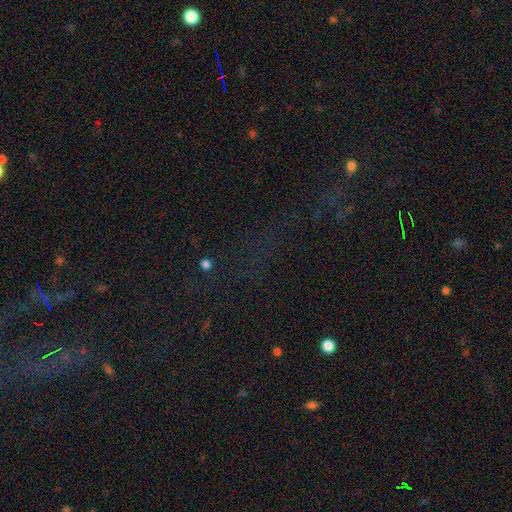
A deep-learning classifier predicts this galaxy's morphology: A star or artifact, not a galaxy (71%).